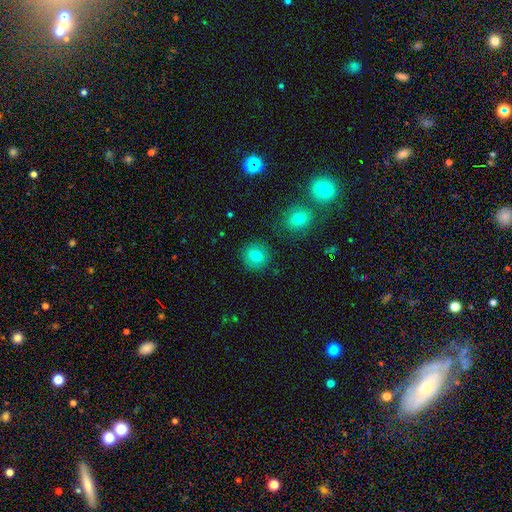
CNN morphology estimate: The model was most divided on "smooth or featured": smooth: 79%, star or artifact: 11%, featured or disk: 11%. More confident: how rounded — round (89%); merging — none (87%).